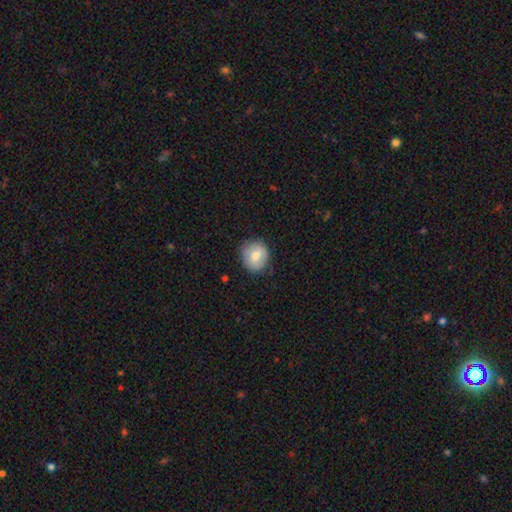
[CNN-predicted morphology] Smooth or featured? smooth (75%)
How rounded? round (78%)
Merging? none (77%)